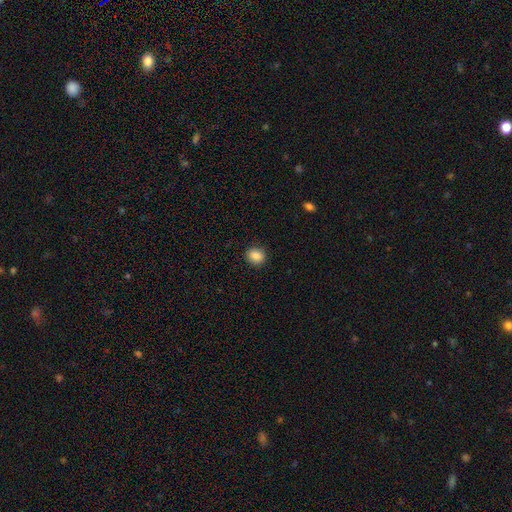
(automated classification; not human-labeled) Smooth or featured? smooth (86%)
How rounded? round (71%)
Merging? none (90%)